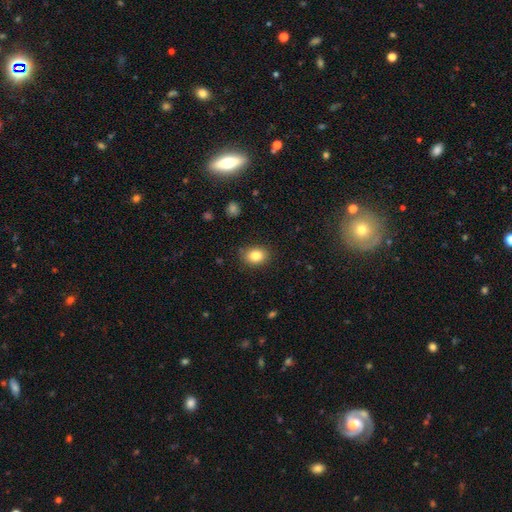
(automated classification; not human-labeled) A smooth galaxy with no disk features (84%) that is in between round and cigar-shaped (57%). Merging: none (85%).